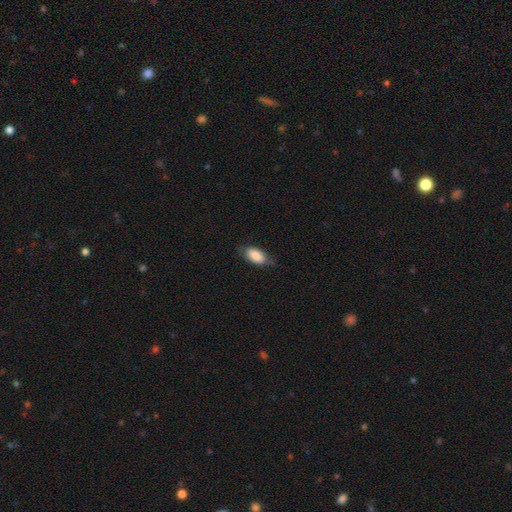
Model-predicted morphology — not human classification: A smooth galaxy with no disk features (84%) that is in between round and cigar-shaped (91%). Merging: none (69%).